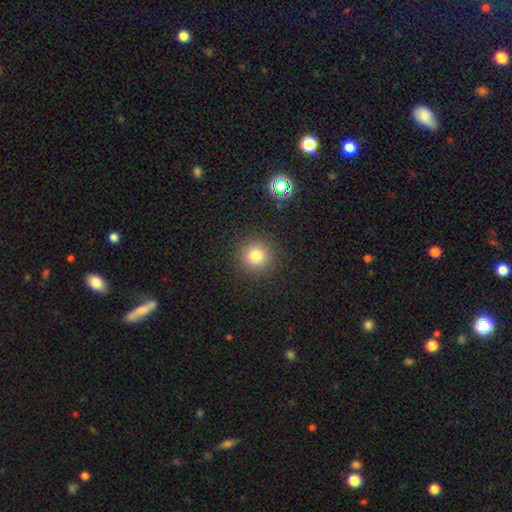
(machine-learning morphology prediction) Q: Smooth or featured?
A: smooth (79%); runner-up: star or artifact (14%)
Q: How rounded?
A: round (95%); runner-up: in between (5%)
Q: Merging?
A: none (91%); runner-up: minor disturbance (6%)